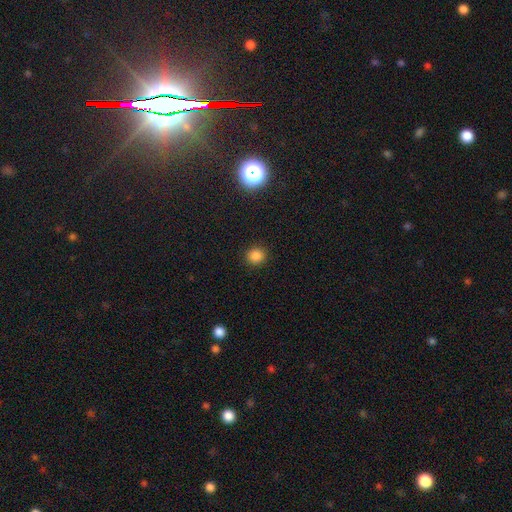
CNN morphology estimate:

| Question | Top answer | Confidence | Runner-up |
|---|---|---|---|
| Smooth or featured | smooth | 83% | star or artifact (13%) |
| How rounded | round | 88% | in between (11%) |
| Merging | none | 91% | minor disturbance (6%) |